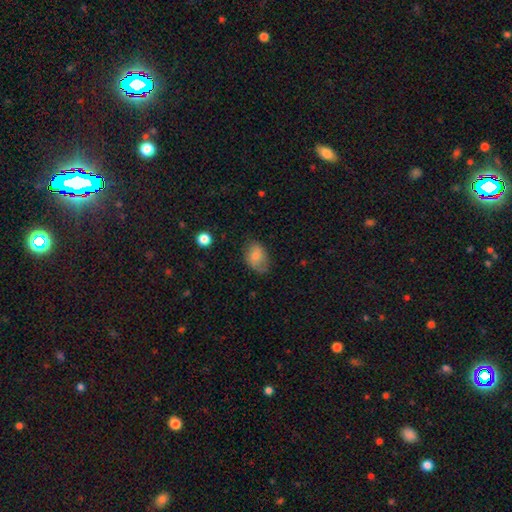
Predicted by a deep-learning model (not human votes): smooth 72%, featured or disk 18%, star or artifact 10%. Down the decision tree: how rounded — in between (78%); merging — none (63%).